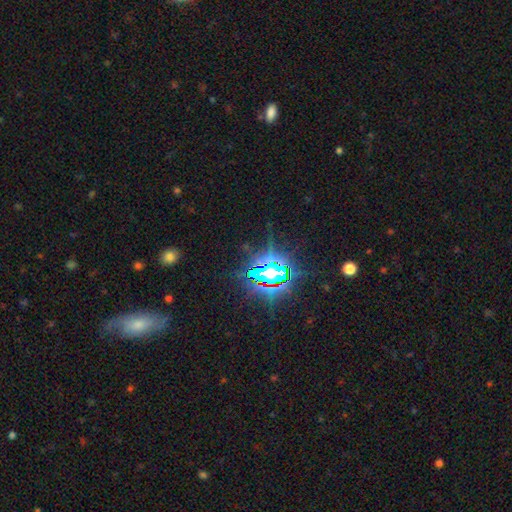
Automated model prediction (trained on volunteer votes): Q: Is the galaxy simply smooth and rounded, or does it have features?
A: star or artifact — 79%.